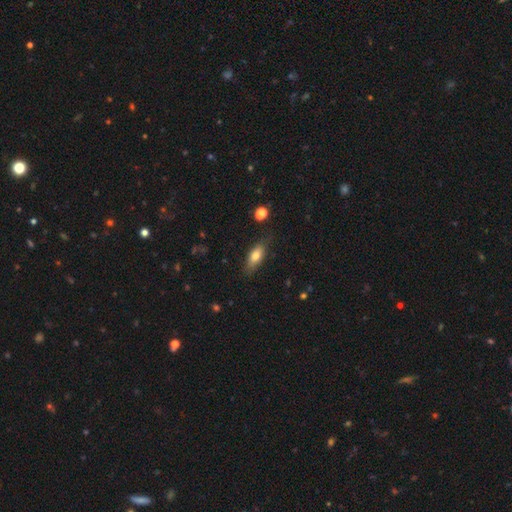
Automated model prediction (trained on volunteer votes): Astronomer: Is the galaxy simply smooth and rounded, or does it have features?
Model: smooth — 73%.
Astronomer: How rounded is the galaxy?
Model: in between — 72%.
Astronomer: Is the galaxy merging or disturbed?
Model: none — 77%.